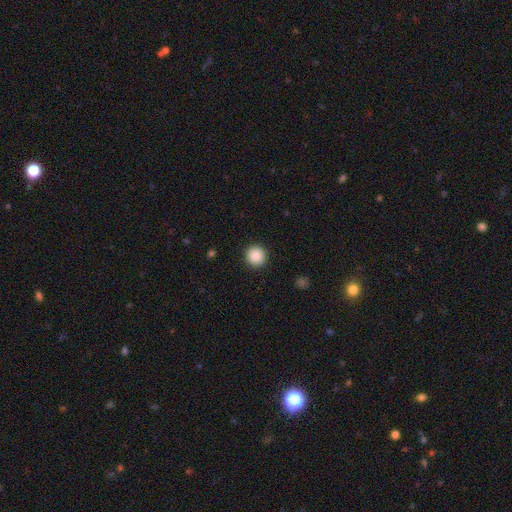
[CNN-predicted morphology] This is clearly a smooth galaxy (88%). How rounded: clearly round (95%). Merging: clearly none (93%).